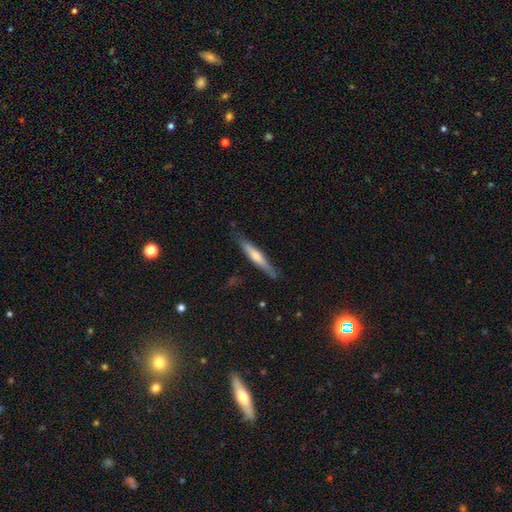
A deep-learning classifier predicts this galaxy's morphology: The model was most divided on "smooth or featured": featured or disk: 50%, smooth: 44%, star or artifact: 6%. More confident: edge-on disk — yes (93%); merging — none (82%).